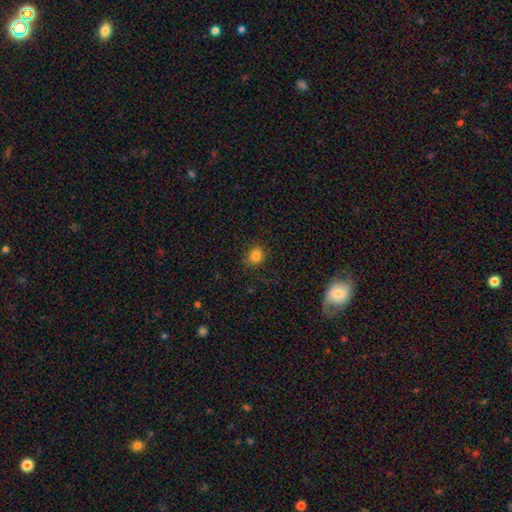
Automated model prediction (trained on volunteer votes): Smooth or featured? Predicted: smooth (p=0.82). How rounded? Predicted: round (p=0.76). Merging? Predicted: none (p=0.83).